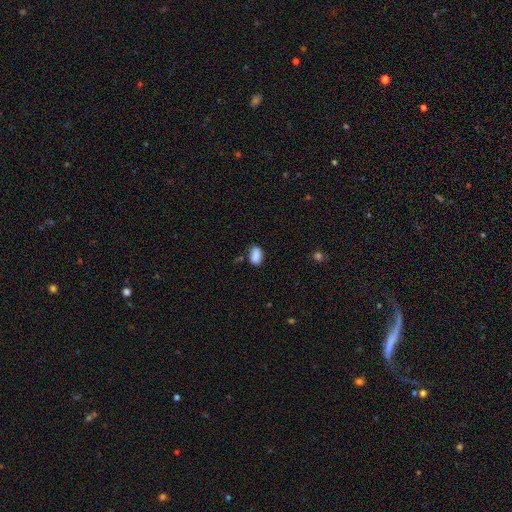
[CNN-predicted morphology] This is clearly a smooth galaxy (87%). How rounded: clearly in between (89%). Merging: likely none (71%).